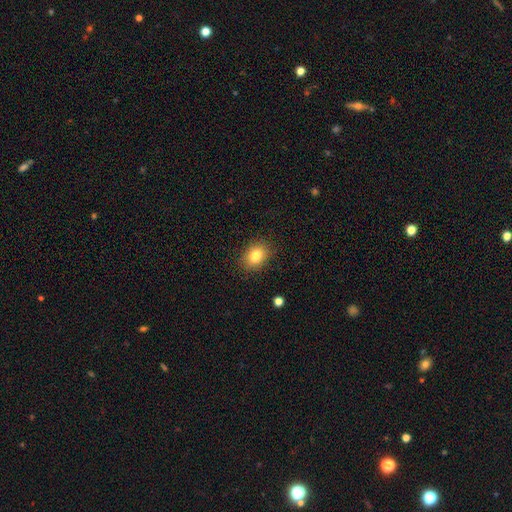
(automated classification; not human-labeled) Morphology: type=smooth (82%); roundness=in between (65%); merging=none (87%).